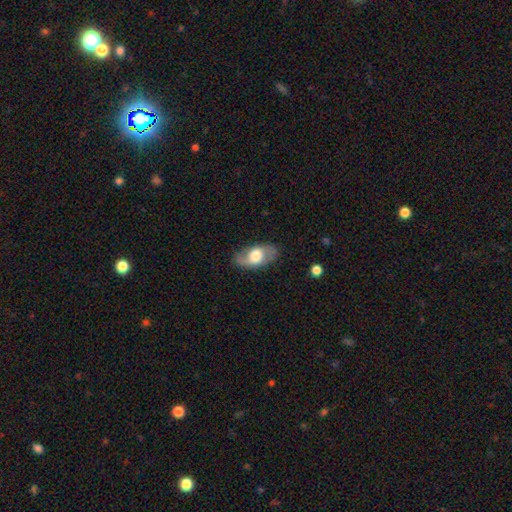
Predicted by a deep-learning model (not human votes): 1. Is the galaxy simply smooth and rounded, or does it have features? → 48% smooth, 47% featured or disk, 6% star or artifact.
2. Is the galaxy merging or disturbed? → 79% none, 15% minor disturbance, 5% major disturbance, 1% merger.